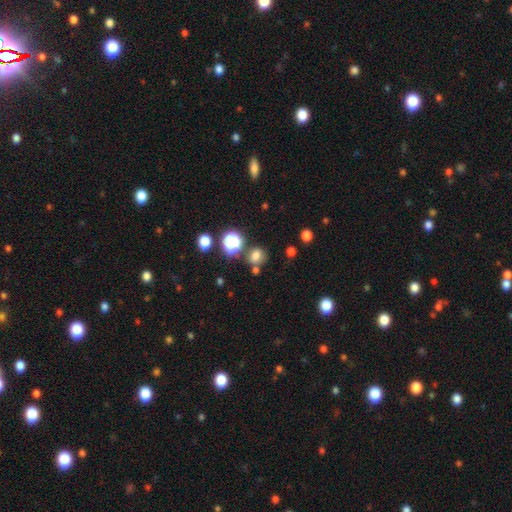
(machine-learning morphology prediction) Smooth or featured? smooth (70%)
How rounded? round (58%)
Merging? none (66%)